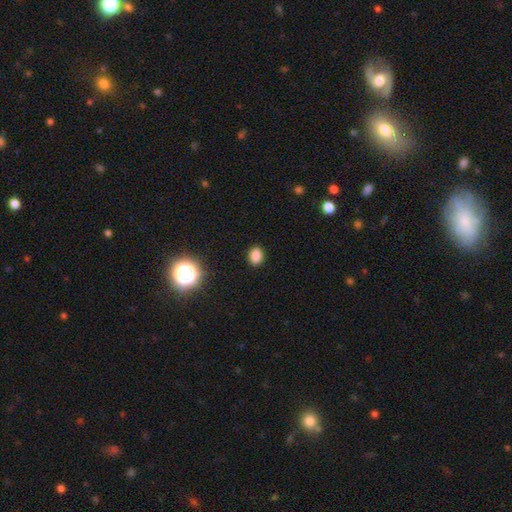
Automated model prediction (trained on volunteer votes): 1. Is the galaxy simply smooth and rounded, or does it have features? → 83% smooth, 13% star or artifact, 4% featured or disk.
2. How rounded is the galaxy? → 65% in between, 33% round, 1% cigar-shaped.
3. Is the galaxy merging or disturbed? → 88% none, 8% minor disturbance, 2% major disturbance, 1% merger.